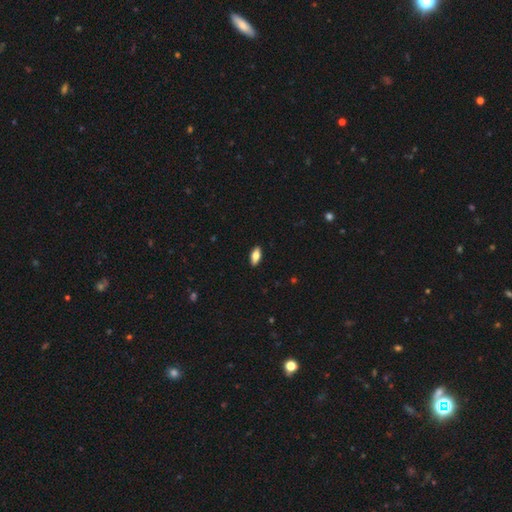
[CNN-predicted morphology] The model was most divided on "smooth or featured": smooth: 72%, featured or disk: 22%, star or artifact: 7%. More confident: merging — none (90%); how rounded — in between (83%).